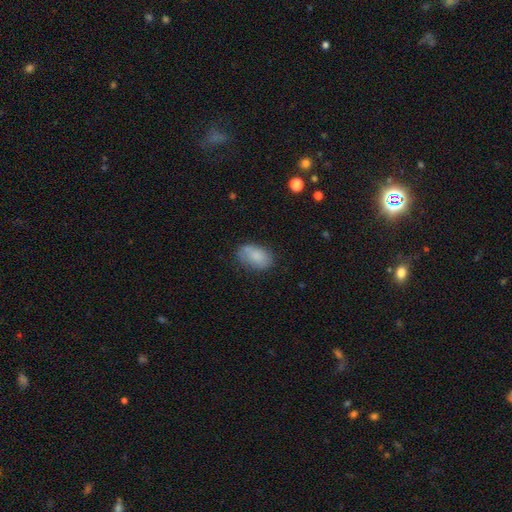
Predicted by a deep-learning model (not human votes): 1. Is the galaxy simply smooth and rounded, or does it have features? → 81% smooth, 12% featured or disk, 7% star or artifact.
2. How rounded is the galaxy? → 92% in between, 7% round, 2% cigar-shaped.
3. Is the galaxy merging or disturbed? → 67% none, 24% minor disturbance, 6% major disturbance, 3% merger.